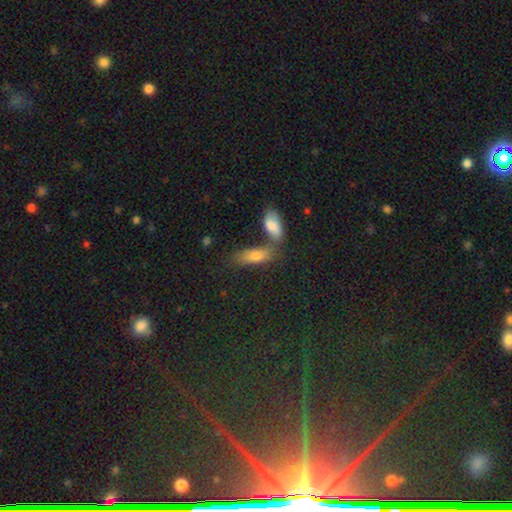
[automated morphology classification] A smooth galaxy with no disk features (75%) that is in between round and cigar-shaped (68%).

Vote fractions:
- Smooth or featured? smooth: 75% / featured or disk: 15% / star or artifact: 11%
- How rounded? in between: 68% / cigar-shaped: 28% / round: 4%
- Merging? none: 42% / merger: 40% / minor disturbance: 13% / major disturbance: 6%